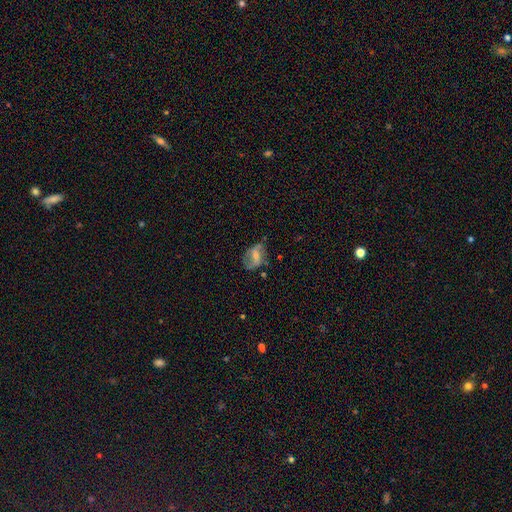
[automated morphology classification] Smooth or featured? featured or disk (48%)
Merging? none (51%)